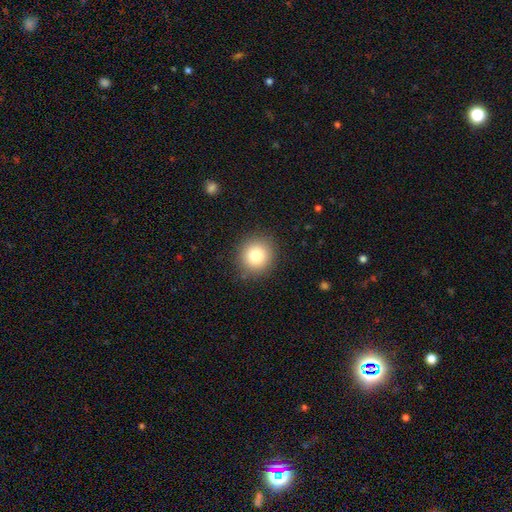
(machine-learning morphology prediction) smooth 82%, star or artifact 10%, featured or disk 8%. Down the decision tree: how rounded — round (90%); merging — none (89%).